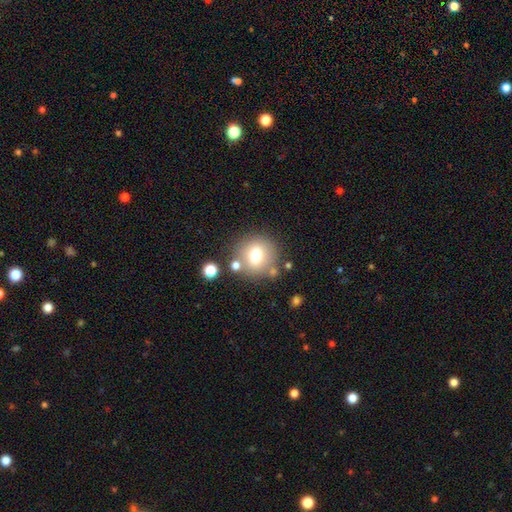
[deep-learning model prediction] Smooth or featured? smooth (70%)
How rounded? round (86%)
Merging? none (75%)